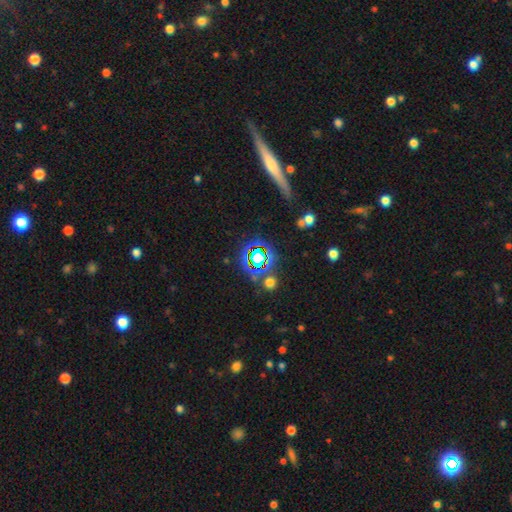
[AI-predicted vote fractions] Smooth or featured? Predicted: star or artifact (p=0.65).